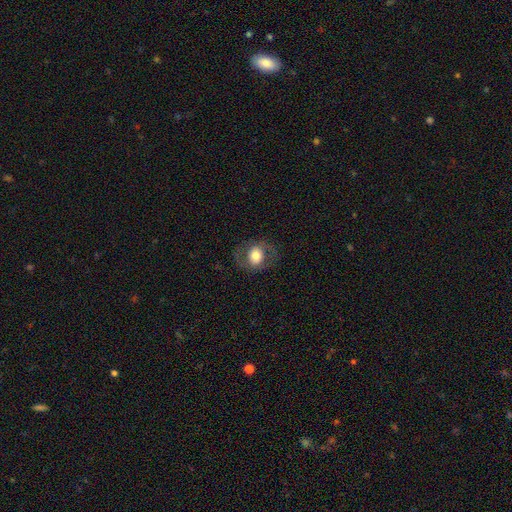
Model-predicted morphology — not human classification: This appears to be a smooth galaxy with no disk features (53%) that is round (57%). Merging: none (76%).